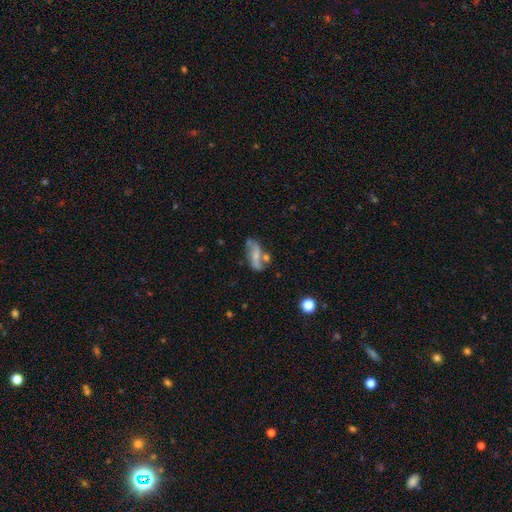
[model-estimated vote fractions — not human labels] Smooth or featured? Predicted: featured or disk (p=0.56). Edge-on disk? Predicted: no (p=0.88). Merging? Predicted: none (p=0.48).